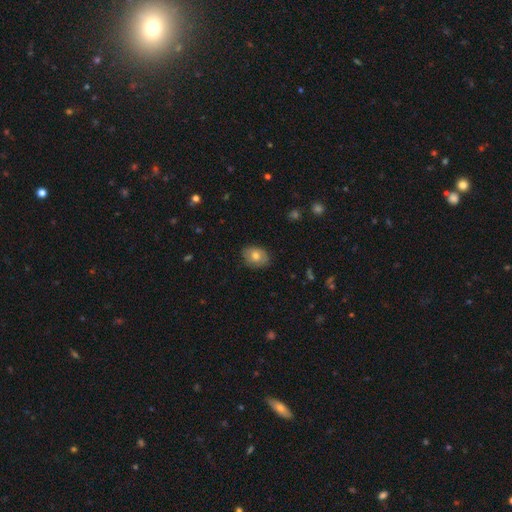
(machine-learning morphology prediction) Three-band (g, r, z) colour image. It shows a smooth galaxy with no disk features (65%) that is in between round and cigar-shaped (67%). Merging: none (78%).